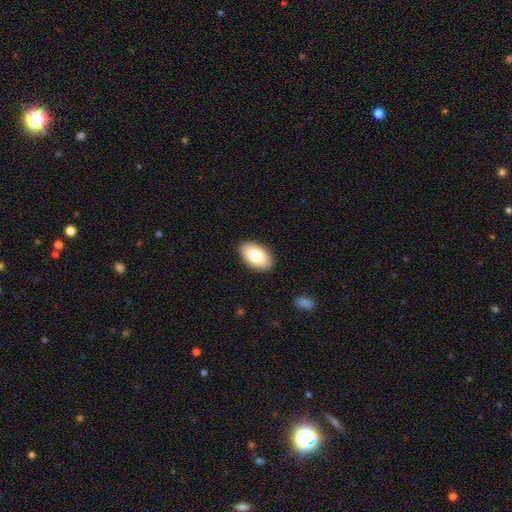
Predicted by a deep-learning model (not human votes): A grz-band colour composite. It shows a smooth galaxy with no disk features (80%) that is in between round and cigar-shaped (94%). Merging: none (89%).